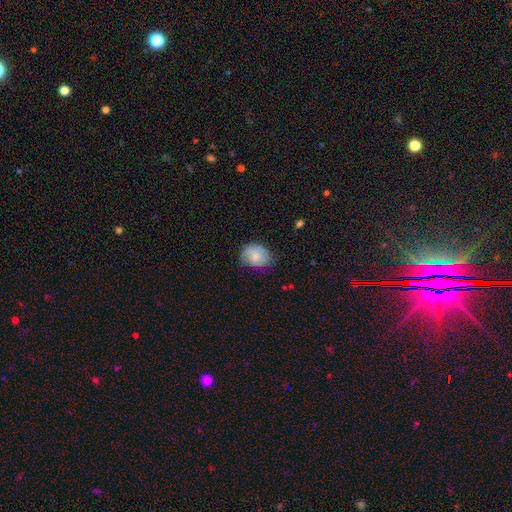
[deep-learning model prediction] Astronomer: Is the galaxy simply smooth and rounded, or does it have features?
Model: smooth — 55% (runner-up: featured or disk, 37%).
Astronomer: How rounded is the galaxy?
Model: in between — 50% (runner-up: round, 49%).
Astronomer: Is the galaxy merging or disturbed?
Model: none — 62%.